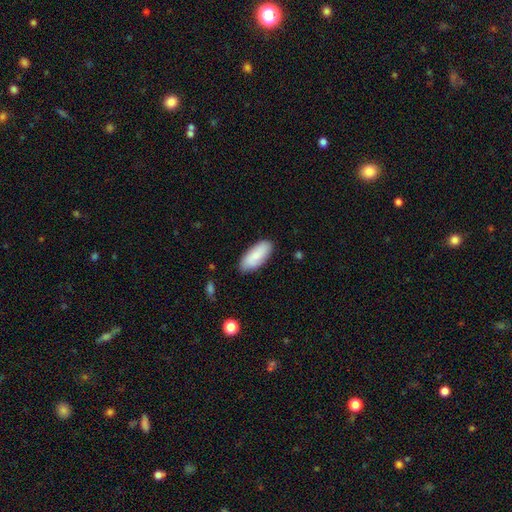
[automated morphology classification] The model was most divided on "smooth or featured": smooth: 81%, featured or disk: 13%, star or artifact: 6%. More confident: merging — none (86%); how rounded — in between (83%).